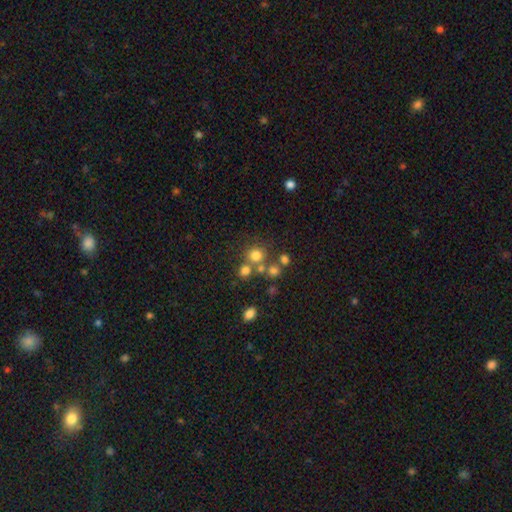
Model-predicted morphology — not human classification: The model was most divided on "merging": none: 59%, merger: 27%, minor disturbance: 9%, major disturbance: 5%. More confident: how rounded — round (87%); smooth or featured — smooth (71%).